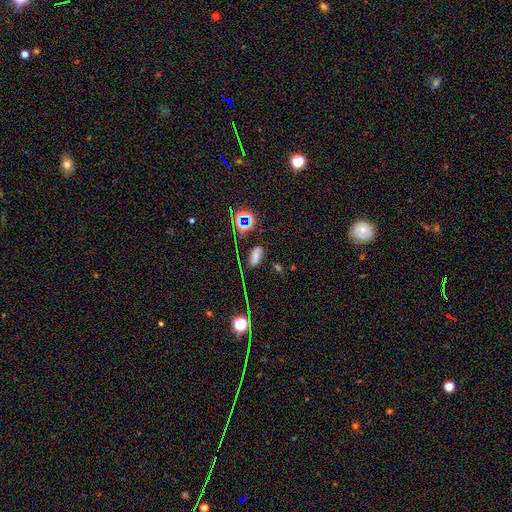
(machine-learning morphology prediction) Smooth or featured? smooth (42%)
Merging? none (65%)